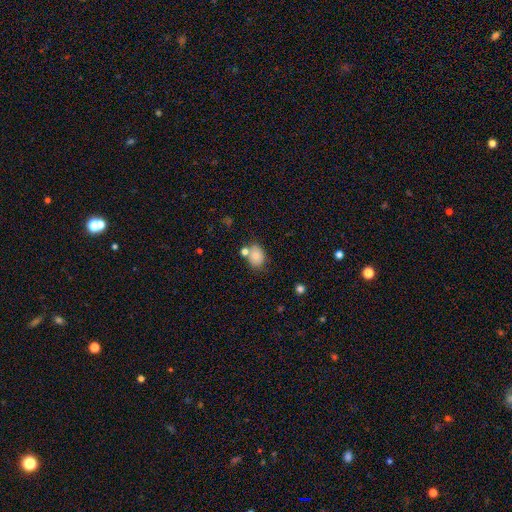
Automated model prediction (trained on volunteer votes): Smooth or featured: smooth — 81% (featured or disk — 10%)
How rounded: in between — 56% (round — 43%)
Merging: none — 58% (merger — 21%)